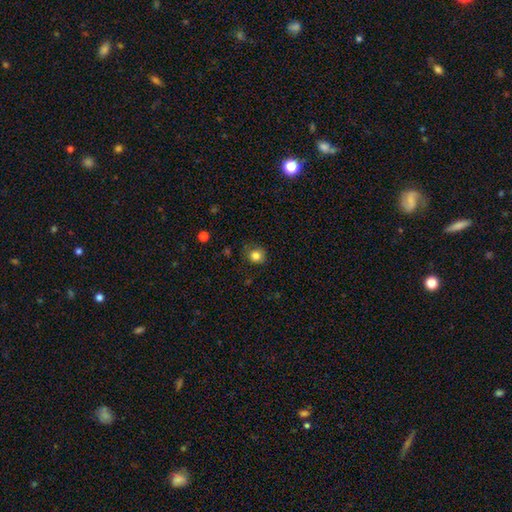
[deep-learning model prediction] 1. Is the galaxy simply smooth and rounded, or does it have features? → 82% smooth, 12% star or artifact, 6% featured or disk.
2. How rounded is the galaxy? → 84% round, 15% in between, 1% cigar-shaped.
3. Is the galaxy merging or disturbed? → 80% none, 15% minor disturbance, 3% major disturbance, 1% merger.